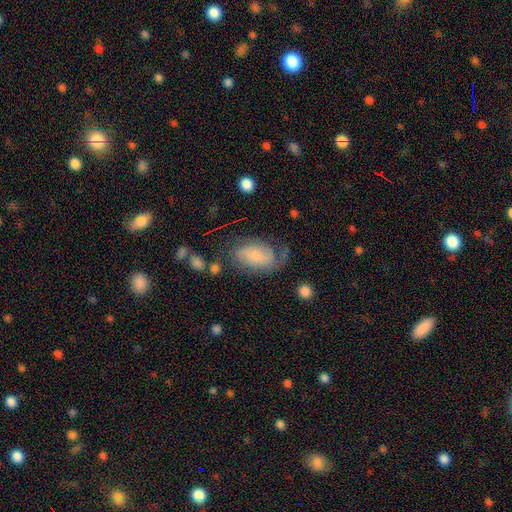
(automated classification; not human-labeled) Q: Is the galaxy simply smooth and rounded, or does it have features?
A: featured or disk — 54%.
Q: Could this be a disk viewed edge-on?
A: no — 95%.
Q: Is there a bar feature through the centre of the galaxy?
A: no — 61%.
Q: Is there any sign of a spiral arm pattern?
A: yes — 86%.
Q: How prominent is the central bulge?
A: small — 53%.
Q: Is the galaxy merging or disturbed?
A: none — 48%.